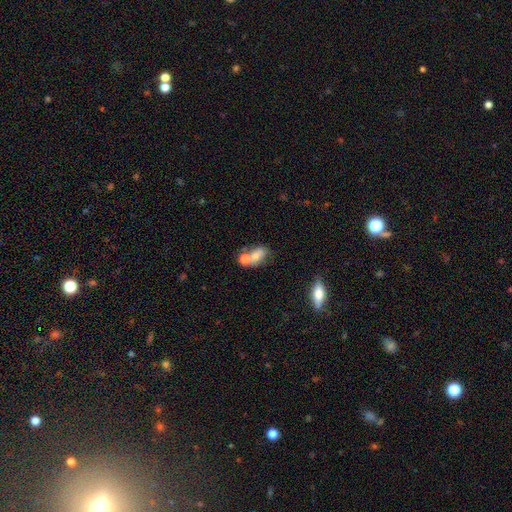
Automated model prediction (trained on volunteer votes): Smooth or featured? smooth (66%)
How rounded? in between (77%)
Merging? merger (44%)